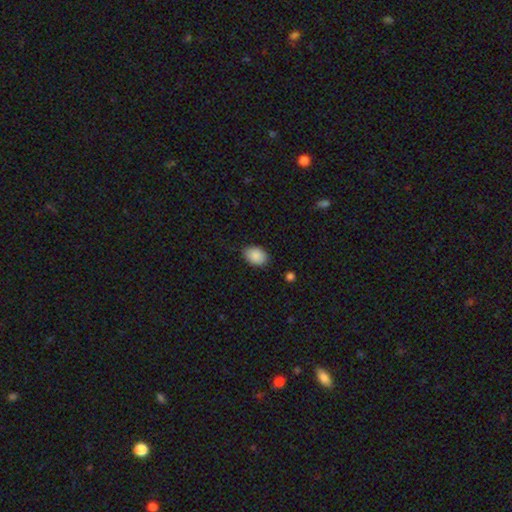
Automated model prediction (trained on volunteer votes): This is clearly a smooth galaxy (89%). How rounded: likely in between (77%). Merging: clearly none (82%).